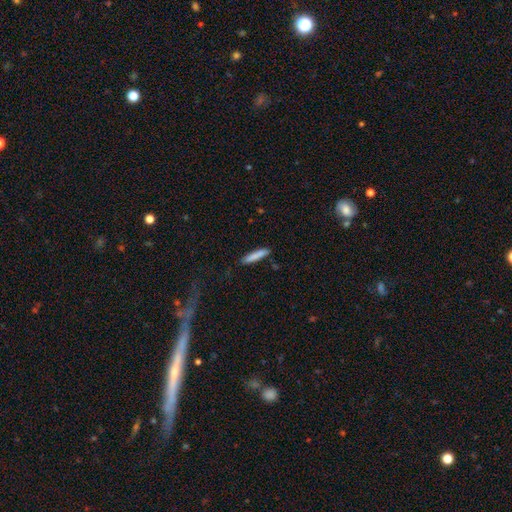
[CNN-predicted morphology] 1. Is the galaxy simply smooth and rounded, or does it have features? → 82% smooth, 12% featured or disk, 6% star or artifact.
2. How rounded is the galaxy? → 90% cigar-shaped, 9% in between, 1% round.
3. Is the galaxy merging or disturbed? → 85% none, 11% minor disturbance, 2% major disturbance, 2% merger.